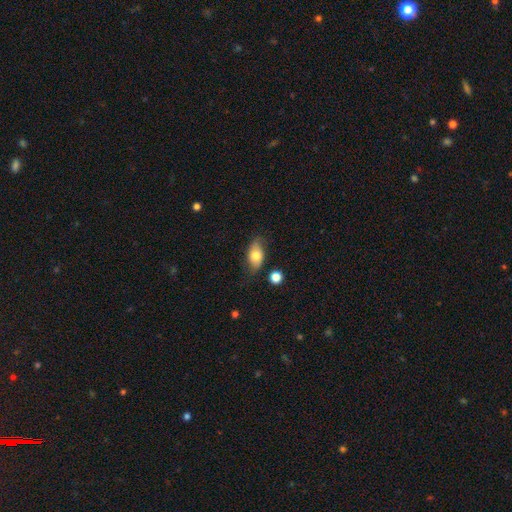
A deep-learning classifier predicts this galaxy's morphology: type=smooth (71%); roundness=in between (87%); merging=none (68%).